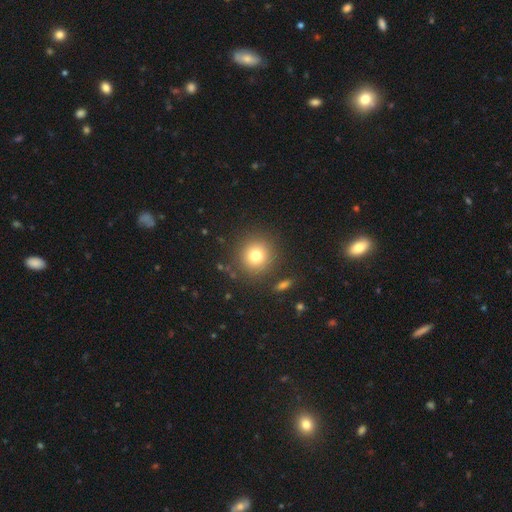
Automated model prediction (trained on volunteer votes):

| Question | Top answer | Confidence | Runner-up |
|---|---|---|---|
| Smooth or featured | smooth | 77% | star or artifact (13%) |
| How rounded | round | 93% | in between (6%) |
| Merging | none | 86% | minor disturbance (7%) |